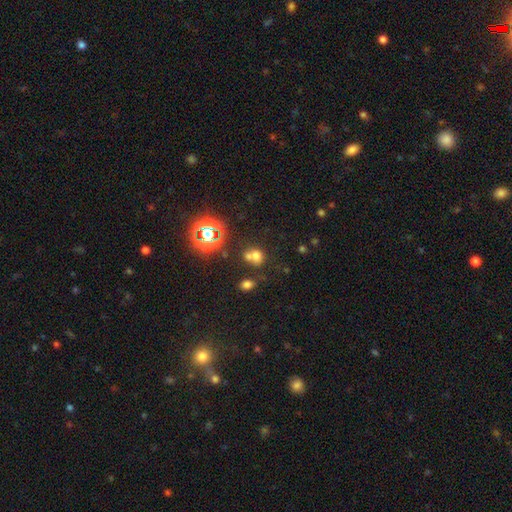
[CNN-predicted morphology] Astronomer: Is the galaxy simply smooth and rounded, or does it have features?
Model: smooth — 61%.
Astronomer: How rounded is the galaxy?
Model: round — 64%.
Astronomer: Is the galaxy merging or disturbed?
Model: merger — 51% (runner-up: none, 35%).